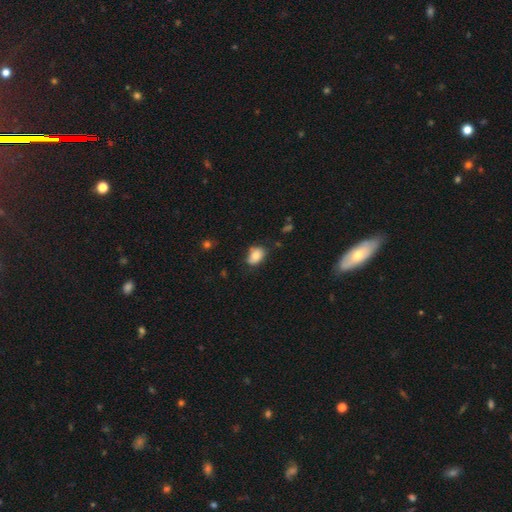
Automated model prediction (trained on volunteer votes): smooth 81%, featured or disk 11%, star or artifact 8%. Down the decision tree: how rounded — in between (79%); merging — none (63%).